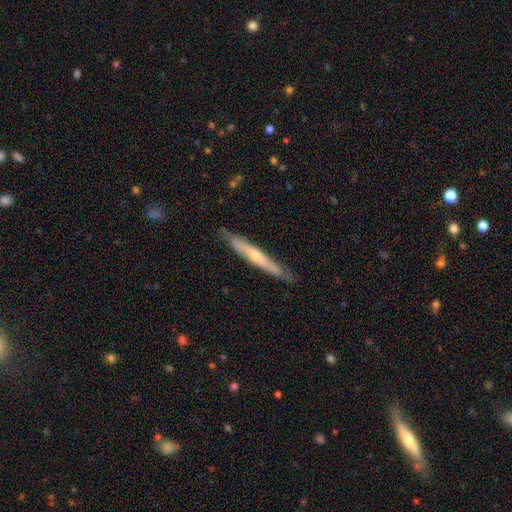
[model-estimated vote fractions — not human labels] The model was most divided on "smooth or featured": featured or disk: 56%, smooth: 39%, star or artifact: 6%. More confident: edge-on disk — yes (87%); merging — none (80%).